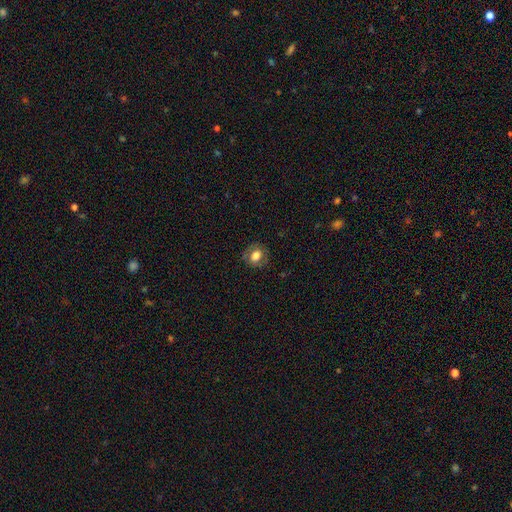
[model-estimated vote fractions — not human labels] Overall: smooth (68%). How rounded: round (64%; in between 35%). Merging: none (80%).